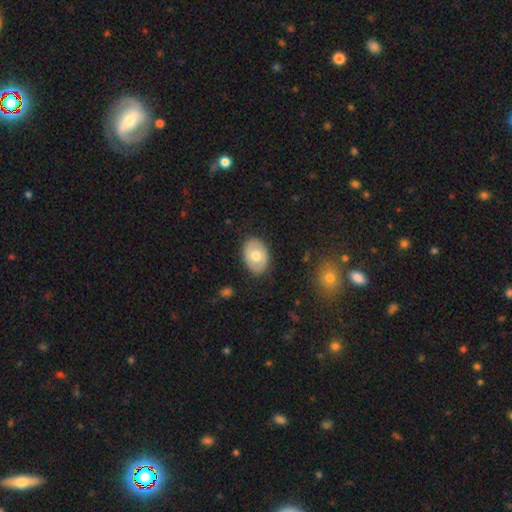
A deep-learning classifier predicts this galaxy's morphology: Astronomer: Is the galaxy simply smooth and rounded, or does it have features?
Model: smooth — 61%.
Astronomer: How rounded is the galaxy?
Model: in between — 79%.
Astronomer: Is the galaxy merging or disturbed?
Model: none — 85%.